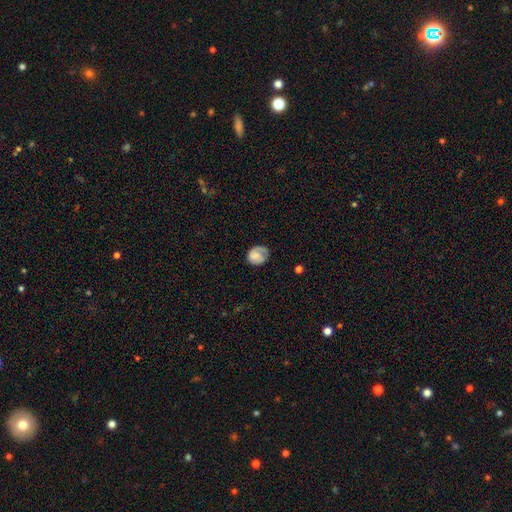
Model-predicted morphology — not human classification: Overall: smooth (60%; featured or disk 32%). How rounded: round (64%; in between 35%). Merging: none (61%; minor disturbance 25%).